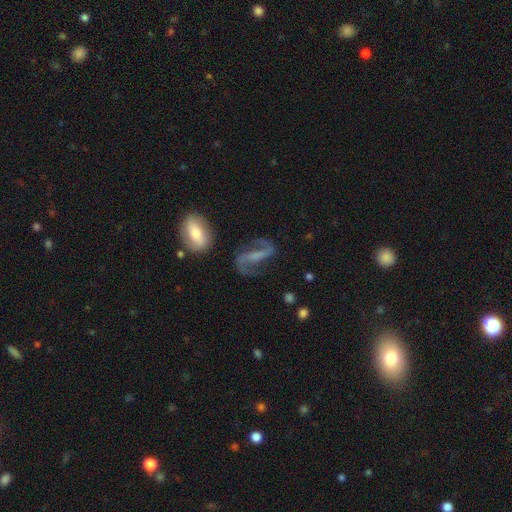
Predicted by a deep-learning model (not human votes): Smooth or featured: featured or disk — 84% (smooth — 8%)
Edge-on disk: no — 96% (yes — 4%)
Bar: strong — 50% (weak — 33%)
Spiral arms: yes — 95% (no — 5%)
Spiral winding: loose — 61% (medium — 31%)
Spiral arm count: 2 — 93% (can't tell — 2%)
Bulge size: none — 49% (small — 31%)
Merging: none — 71% (minor disturbance — 15%)